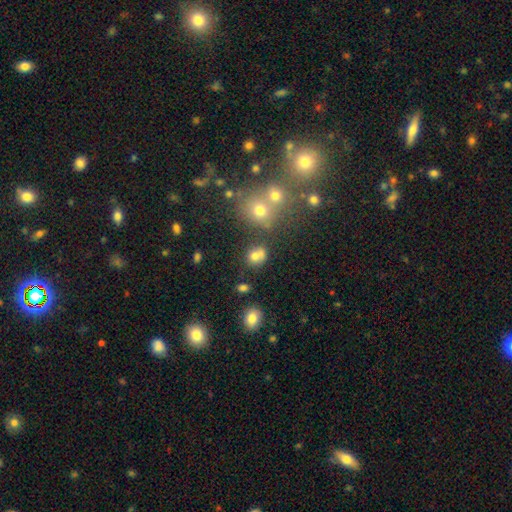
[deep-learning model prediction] smooth 72%, star or artifact 16%, featured or disk 12%. Down the decision tree: how rounded — round (69%); merging — none (51%).